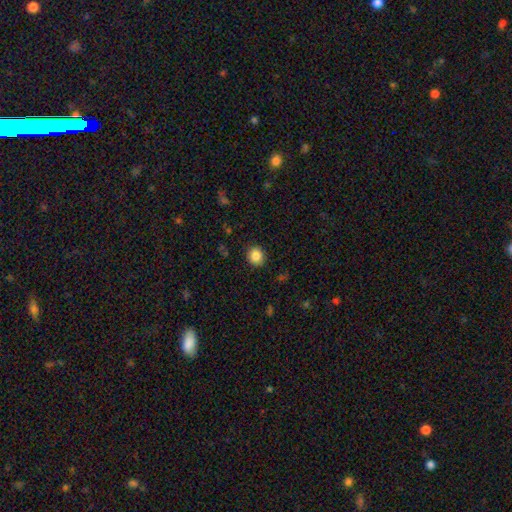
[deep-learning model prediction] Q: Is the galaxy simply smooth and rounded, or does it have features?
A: smooth — 87%.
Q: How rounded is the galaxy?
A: round — 74%.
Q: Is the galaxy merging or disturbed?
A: none — 89%.